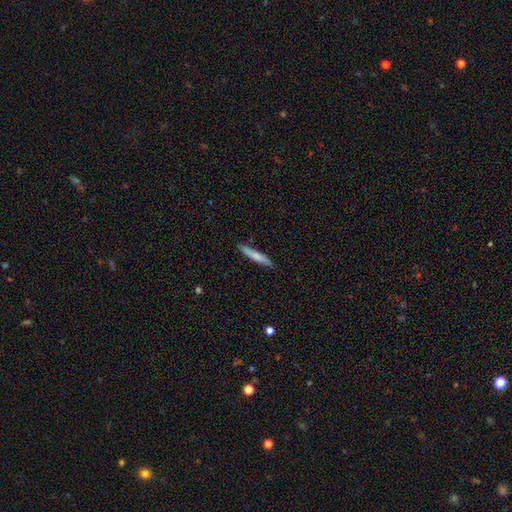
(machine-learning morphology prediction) This is likely a smooth galaxy (72%). How rounded: clearly cigar-shaped (92%). Merging: clearly none (89%).